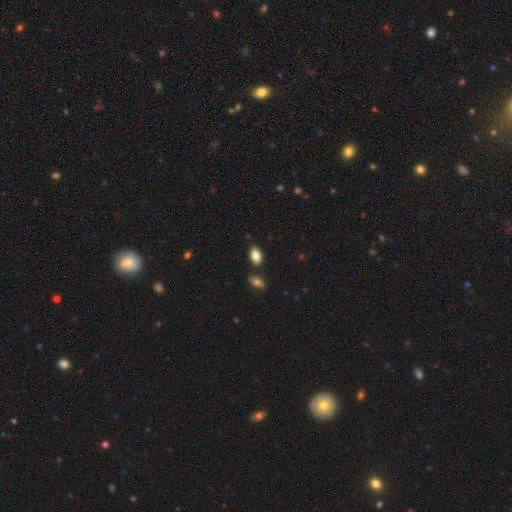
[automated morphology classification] Smooth or featured? Predicted: smooth (p=0.85). How rounded? Predicted: in between (p=0.91). Merging? Predicted: none (p=0.81).